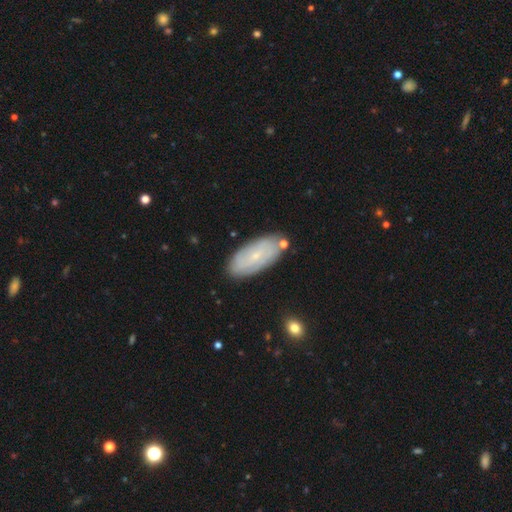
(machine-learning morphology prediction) type=featured or disk (50%); edge-on=no (88%); merging=none (81%).